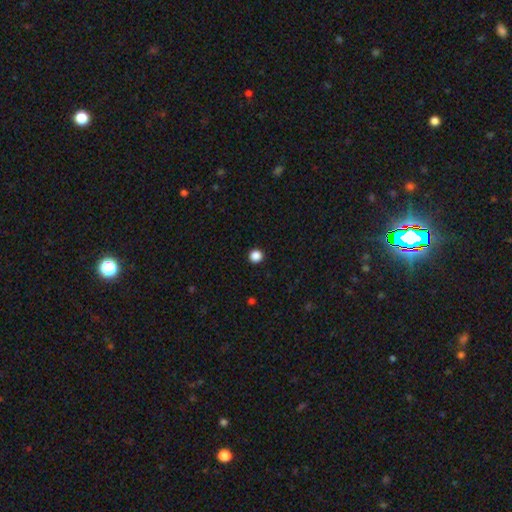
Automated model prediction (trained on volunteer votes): Overall: smooth (86%). How rounded: round (95%). Merging: none (94%).